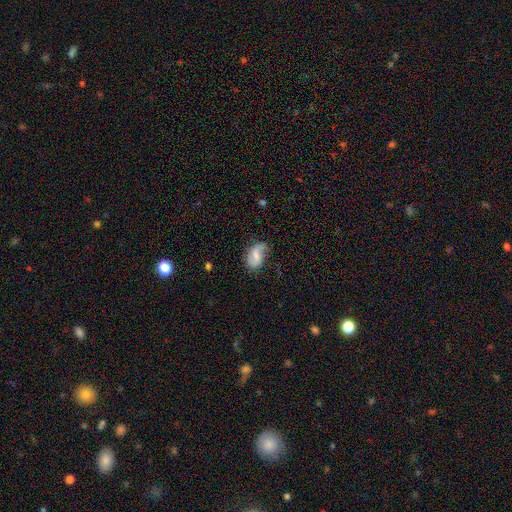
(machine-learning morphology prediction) A featured or disk galaxy (46%, tied with smooth). Merging: none (55%).